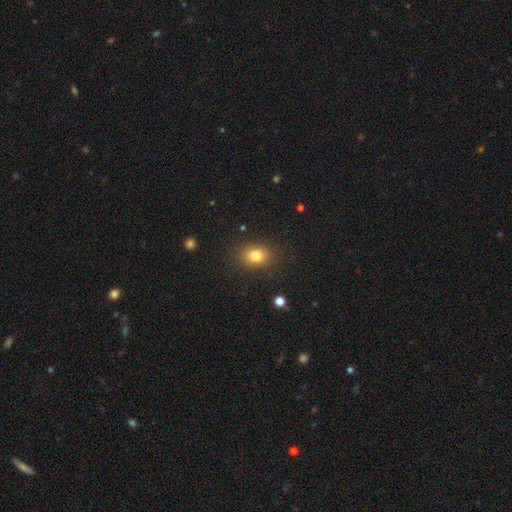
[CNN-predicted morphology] Smooth or featured? Predicted: smooth (p=0.80). How rounded? Predicted: in between (p=0.53). Merging? Predicted: none (p=0.86).